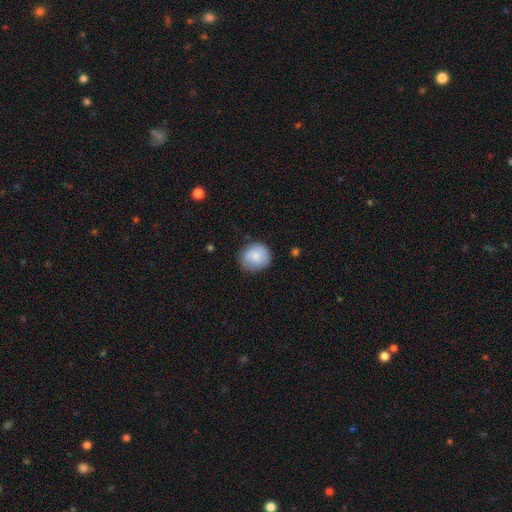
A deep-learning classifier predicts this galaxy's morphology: The model was most divided on "merging": none: 77%, minor disturbance: 17%, major disturbance: 4%, merger: 1%. More confident: how rounded — round (86%); smooth or featured — smooth (80%).